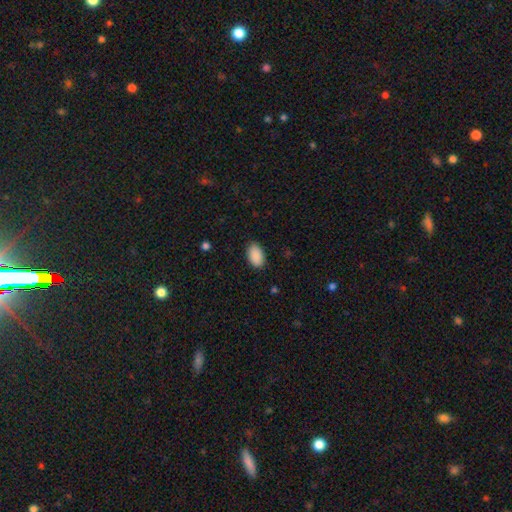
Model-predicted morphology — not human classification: Q: Smooth or featured?
A: smooth (91%); runner-up: star or artifact (7%)
Q: How rounded?
A: in between (94%); runner-up: round (5%)
Q: Merging?
A: none (87%); runner-up: minor disturbance (10%)